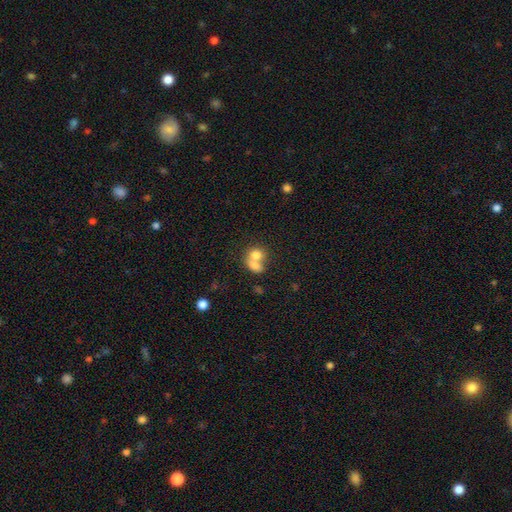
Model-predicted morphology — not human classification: Smooth or featured: smooth — 74% (featured or disk — 16%)
How rounded: in between — 53% (round — 45%)
Merging: merger — 68% (none — 21%)